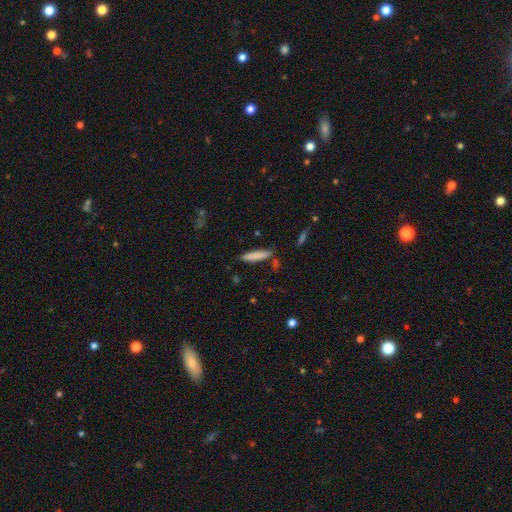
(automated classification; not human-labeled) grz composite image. It shows a smooth galaxy with no disk features (83%) that is cigar-shaped (85%). Merging: none (84%).